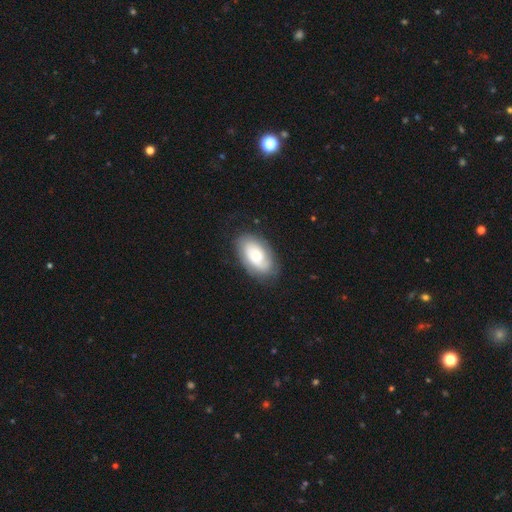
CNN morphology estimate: type=featured or disk (50%); merging=none (76%).